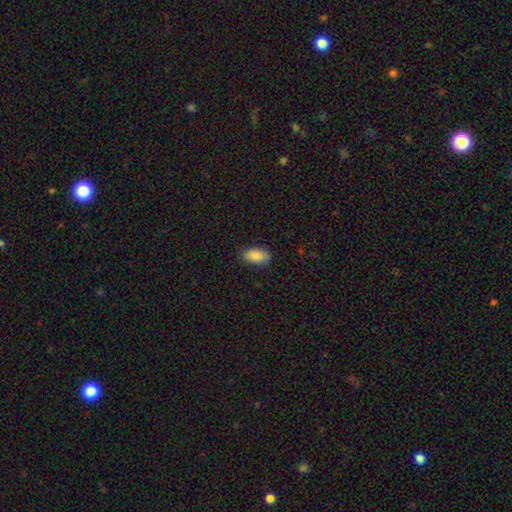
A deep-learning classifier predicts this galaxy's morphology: Q: Smooth or featured?
A: smooth (88%); runner-up: star or artifact (7%)
Q: How rounded?
A: in between (93%); runner-up: round (4%)
Q: Merging?
A: none (81%); runner-up: minor disturbance (15%)